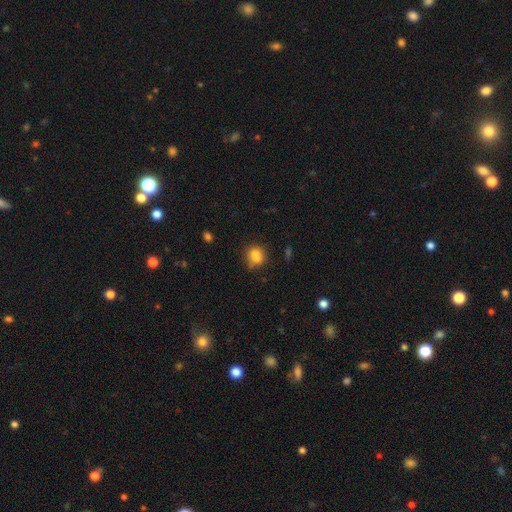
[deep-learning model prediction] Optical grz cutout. It shows a smooth galaxy with no disk features (74%) that is round (65%). Merging: none (49%).